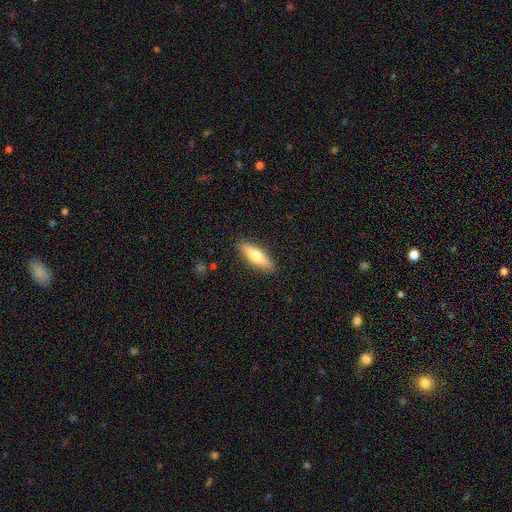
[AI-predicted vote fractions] Overall: smooth (59%; featured or disk 36%). How rounded: cigar-shaped (61%; in between 37%). Merging: none (89%).